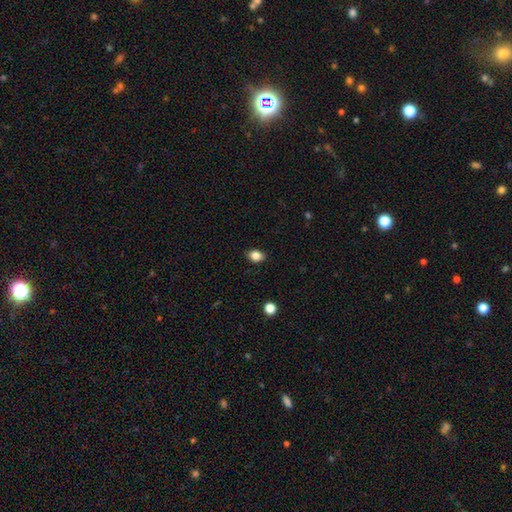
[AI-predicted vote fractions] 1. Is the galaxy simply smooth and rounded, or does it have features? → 85% smooth, 10% star or artifact, 5% featured or disk.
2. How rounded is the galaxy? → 68% in between, 30% round, 1% cigar-shaped.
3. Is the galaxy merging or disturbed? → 88% none, 9% minor disturbance, 2% major disturbance, 1% merger.